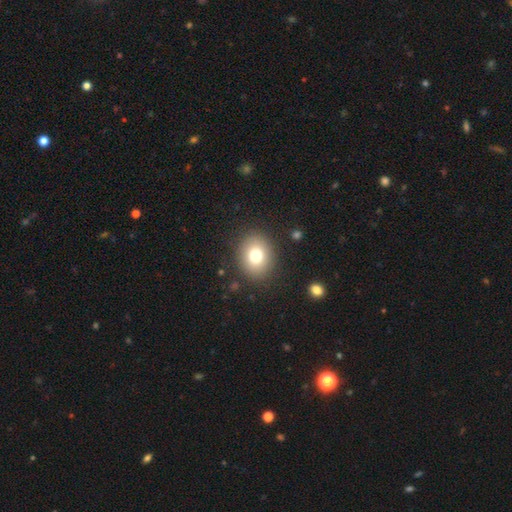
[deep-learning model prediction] Smooth or featured? Predicted: smooth (p=0.77). How rounded? Predicted: round (p=0.56). Merging? Predicted: none (p=0.88).